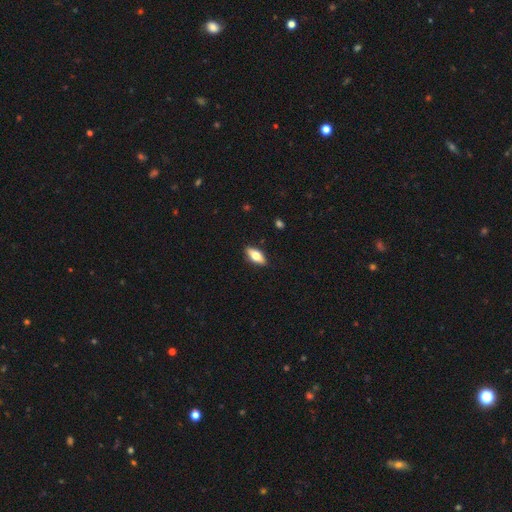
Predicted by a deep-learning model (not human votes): smooth-or-featured: smooth: 62% | featured or disk: 32% | star or artifact: 6%
  how-rounded: in between: 79% | cigar-shaped: 18% | round: 3%
  merging: none: 89% | minor disturbance: 8% | major disturbance: 2% | merger: 1%